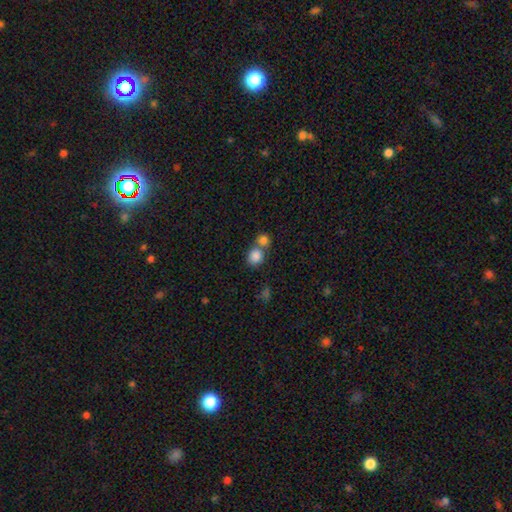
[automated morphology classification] smooth_or_featured: smooth (p=0.84) [alt: star or artifact p=0.10]
how_rounded: round (p=0.77) [alt: in between p=0.22]
merging: none (p=0.46) [alt: merger p=0.43]